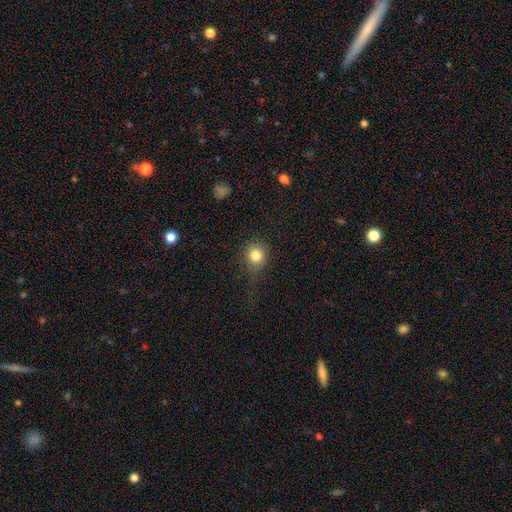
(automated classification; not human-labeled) Smooth or featured? Predicted: smooth (p=0.82). How rounded? Predicted: round (p=0.88). Merging? Predicted: none (p=0.70).